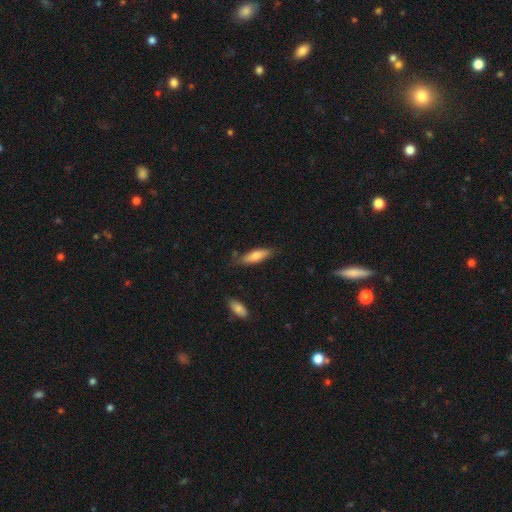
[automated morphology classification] smooth 72%, featured or disk 22%, star or artifact 6%. Down the decision tree: how rounded — cigar-shaped (57%); merging — none (75%).